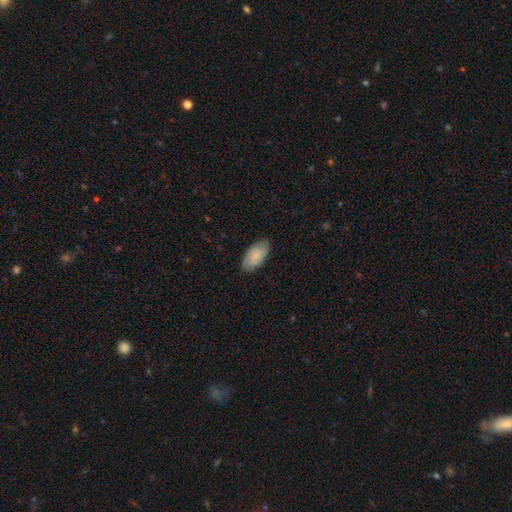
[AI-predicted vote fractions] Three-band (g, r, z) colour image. It shows a smooth galaxy with no disk features (78%) that is in between round and cigar-shaped (94%). Merging: none (83%).